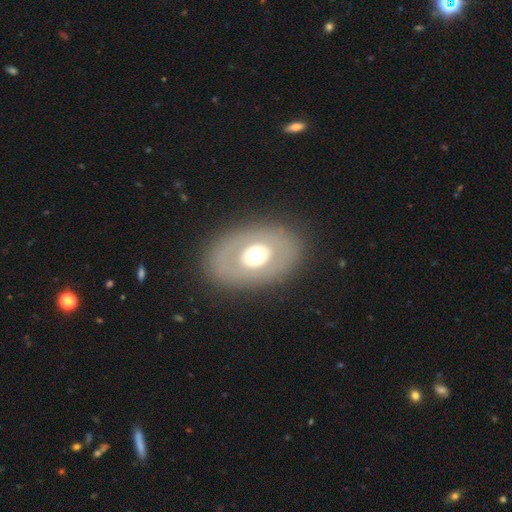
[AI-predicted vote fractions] A featured or disk galaxy (48%). Merging: none (83%).